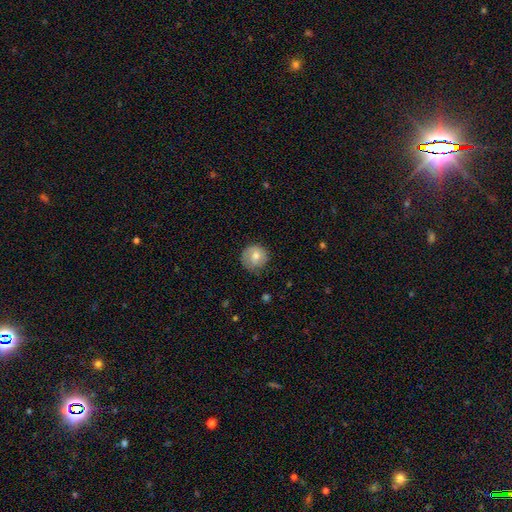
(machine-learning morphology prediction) Smooth or featured?
  - smooth: 62% *
  - featured or disk: 30%
  - star or artifact: 8%
How rounded?
  - round: 89% *
  - in between: 10%
  - cigar-shaped: 1%
Merging?
  - none: 72% *
  - minor disturbance: 20%
  - major disturbance: 6%
  - merger: 1%